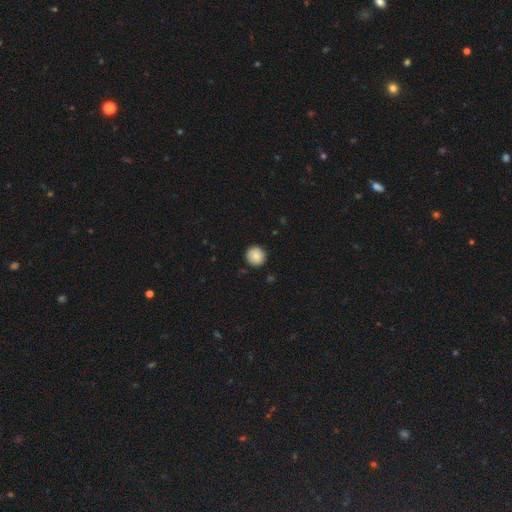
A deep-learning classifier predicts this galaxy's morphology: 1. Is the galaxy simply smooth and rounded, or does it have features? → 84% smooth, 8% star or artifact, 8% featured or disk.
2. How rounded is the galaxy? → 92% round, 7% in between, 1% cigar-shaped.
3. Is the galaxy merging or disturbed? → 88% none, 9% minor disturbance, 2% major disturbance, 1% merger.